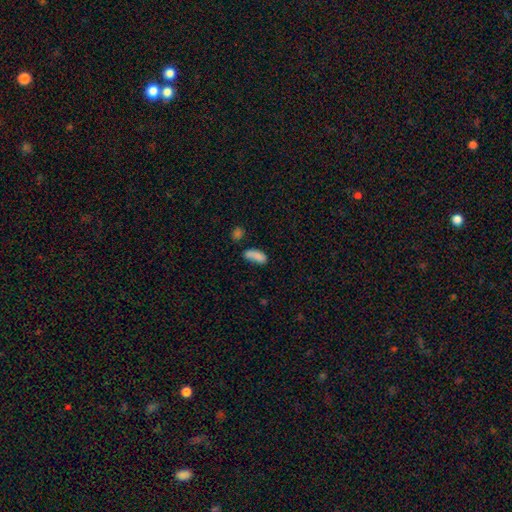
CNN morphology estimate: smooth_or_featured: smooth (p=0.82) [alt: star or artifact p=0.10]
how_rounded: in between (p=0.79) [alt: cigar-shaped p=0.18]
merging: none (p=0.47) [alt: minor disturbance p=0.26]